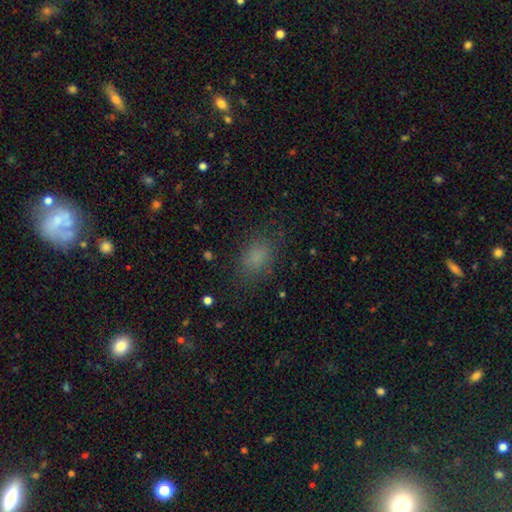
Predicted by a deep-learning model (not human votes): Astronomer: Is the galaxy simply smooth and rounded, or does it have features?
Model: smooth — 78%.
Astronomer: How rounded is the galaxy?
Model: in between — 71%.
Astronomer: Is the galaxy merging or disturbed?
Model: none — 77%.